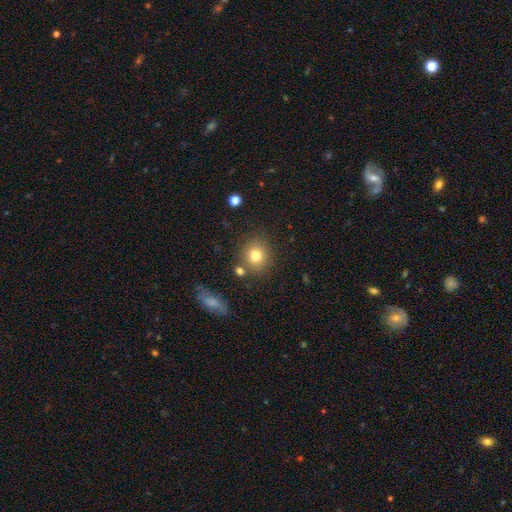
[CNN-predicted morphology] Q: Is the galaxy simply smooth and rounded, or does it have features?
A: smooth — 79%.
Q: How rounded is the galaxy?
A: round — 82%.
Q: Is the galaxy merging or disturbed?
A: none — 79%.